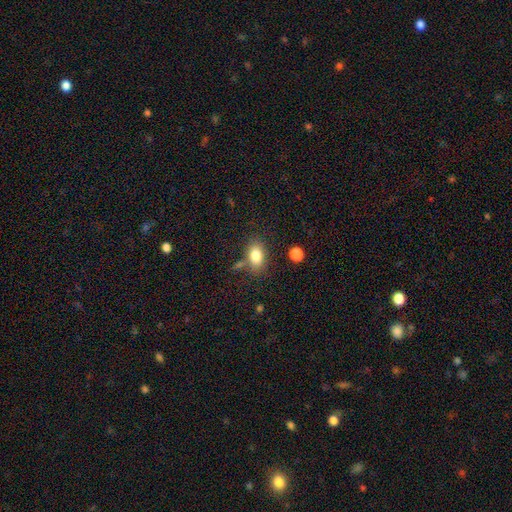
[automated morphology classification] The model was most divided on "merging": none: 72%, minor disturbance: 14%, merger: 9%, major disturbance: 5%. More confident: how rounded — in between (85%); smooth or featured — smooth (82%).